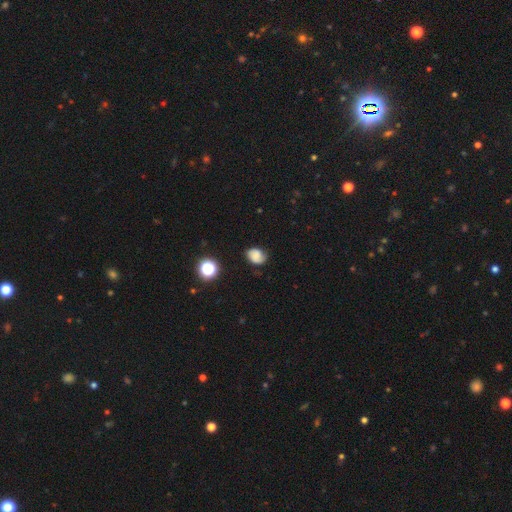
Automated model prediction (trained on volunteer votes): The model was most divided on "how rounded": in between: 56%, round: 43%, cigar-shaped: 1%. More confident: merging — none (72%); smooth or featured — smooth (68%).